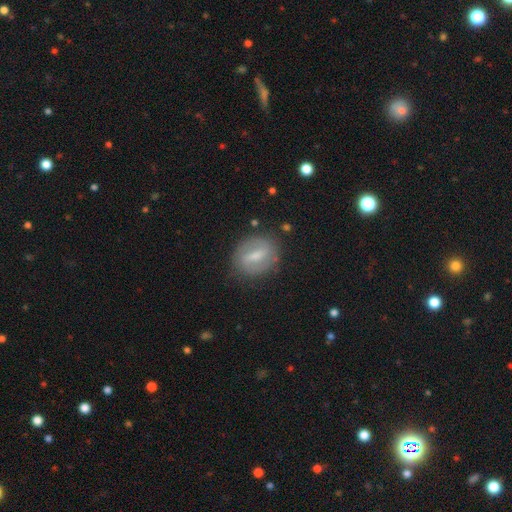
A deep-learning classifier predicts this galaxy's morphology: Smooth or featured?
  - featured or disk: 56% *
  - smooth: 37%
  - star or artifact: 7%
Edge-on disk?
  - no: 94% *
  - yes: 6%
Bar?
  - weak: 44% * (tied)
  - strong: 44% * (tied)
  - no: 11%
Spiral arms?
  - yes: 63% *
  - no: 37%
Bulge size?
  - small: 39% * (tied)
  - moderate: 39% * (tied)
  - none: 15%
  - large: 5%
  - dominant: 1%
Merging?
  - none: 79% *
  - minor disturbance: 14%
  - major disturbance: 5%
  - merger: 2%